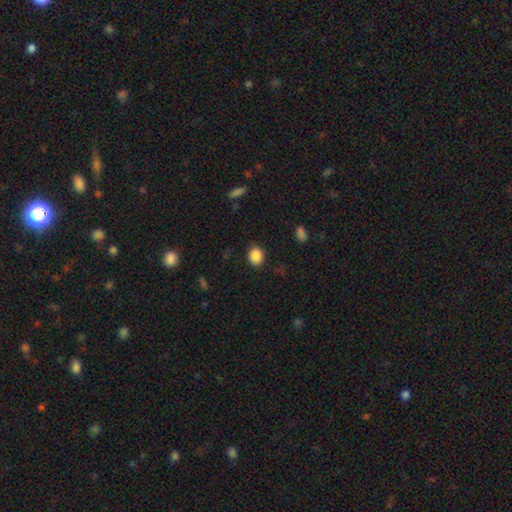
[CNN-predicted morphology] A smooth galaxy with no disk features (88%) that is round (53%). Merging: none (84%).